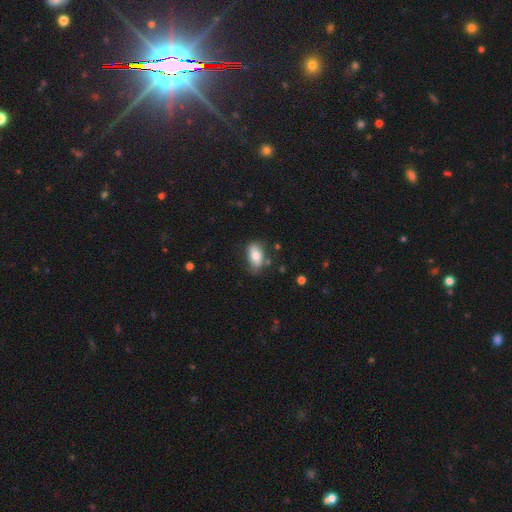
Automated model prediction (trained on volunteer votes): Smooth or featured?
  - smooth: 73% *
  - featured or disk: 20%
  - star or artifact: 7%
How rounded?
  - in between: 90% *
  - round: 7%
  - cigar-shaped: 4%
Merging?
  - none: 67% *
  - minor disturbance: 23%
  - major disturbance: 6%
  - merger: 4%